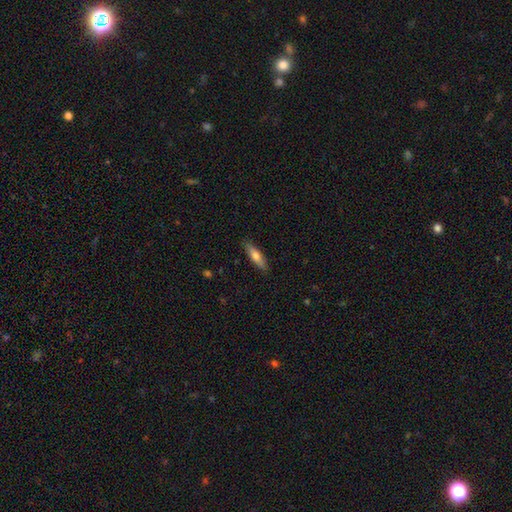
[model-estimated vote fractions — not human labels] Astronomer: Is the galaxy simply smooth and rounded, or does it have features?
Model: smooth — 65%.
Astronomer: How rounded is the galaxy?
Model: cigar-shaped — 67%.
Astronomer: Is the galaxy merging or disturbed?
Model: none — 88%.